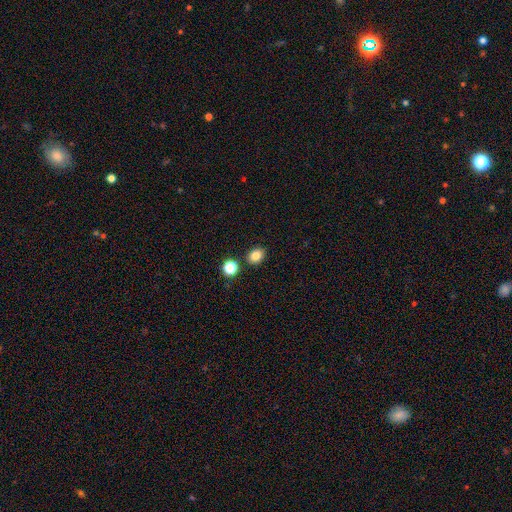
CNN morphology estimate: smooth_or_featured: smooth (p=0.82) [alt: star or artifact p=0.12]
how_rounded: in between (p=0.50) [alt: round p=0.49]
merging: none (p=0.83) [alt: minor disturbance p=0.08]